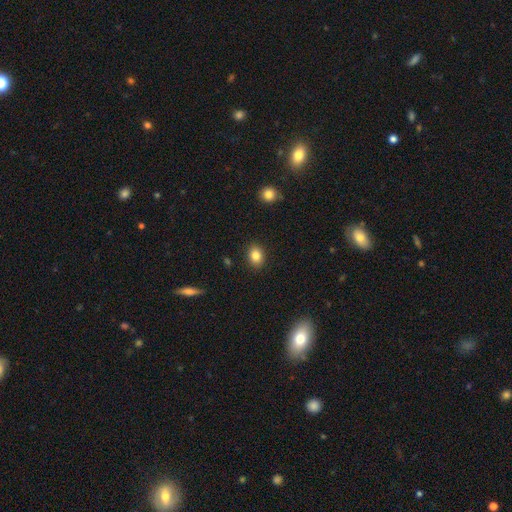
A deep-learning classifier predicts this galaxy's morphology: Smooth or featured? Predicted: smooth (p=0.84). How rounded? Predicted: in between (p=0.61). Merging? Predicted: none (p=0.89).